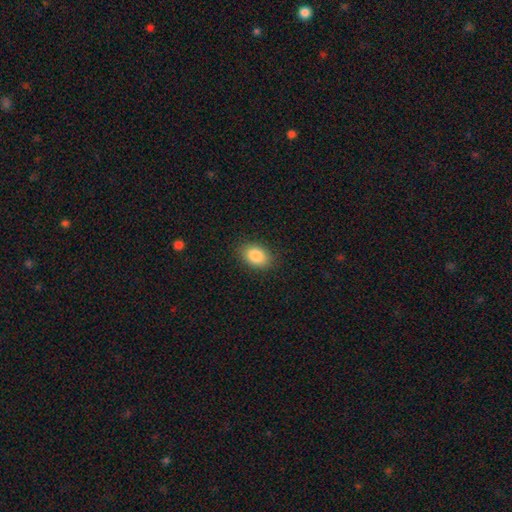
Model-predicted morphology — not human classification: type=smooth (87%); roundness=in between (82%); merging=none (88%).